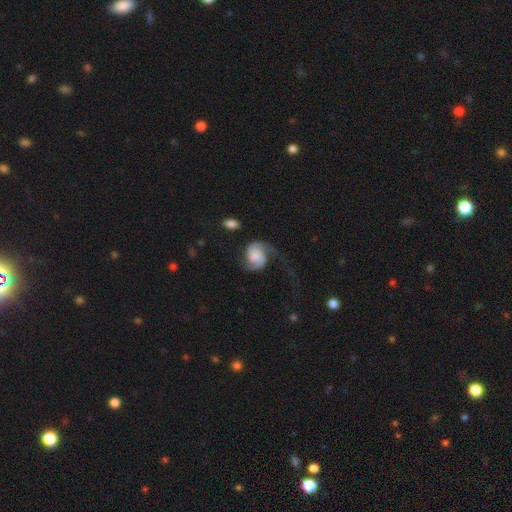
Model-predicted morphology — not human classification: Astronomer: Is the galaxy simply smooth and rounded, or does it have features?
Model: featured or disk — 73%.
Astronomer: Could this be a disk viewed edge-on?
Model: no — 98%.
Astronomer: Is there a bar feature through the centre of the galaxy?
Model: no — 64%.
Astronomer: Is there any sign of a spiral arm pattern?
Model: yes — 95%.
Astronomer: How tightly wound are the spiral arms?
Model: loose — 56%.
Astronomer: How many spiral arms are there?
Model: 2 — 71%.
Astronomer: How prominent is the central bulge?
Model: none — 34% (runner-up: large, 23%).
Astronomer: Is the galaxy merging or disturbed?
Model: none — 40% (runner-up: major disturbance, 39%).